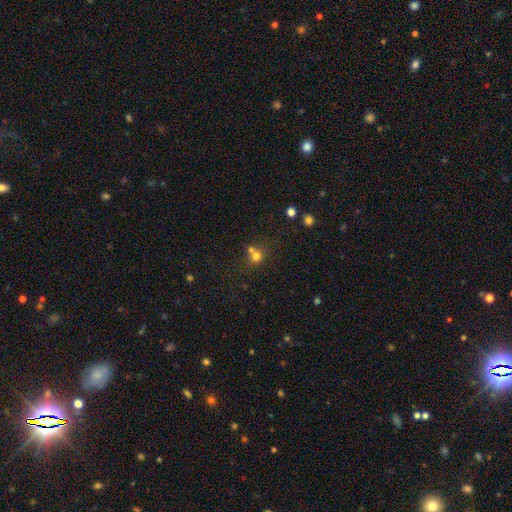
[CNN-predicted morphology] type=smooth (73%); roundness=round (82%); merging=none (46%).